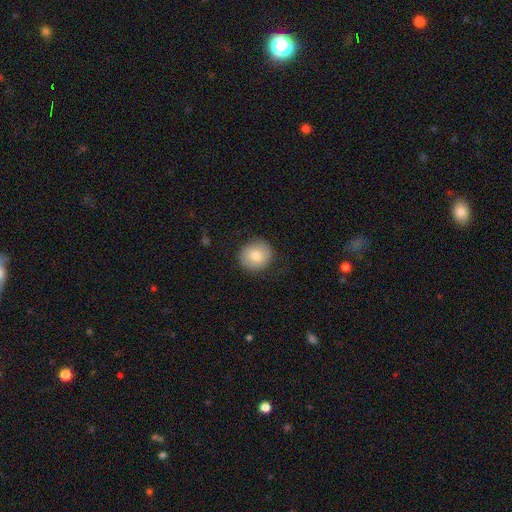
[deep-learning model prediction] This is clearly a smooth galaxy (81%). How rounded: clearly round (84%). Merging: clearly none (83%).